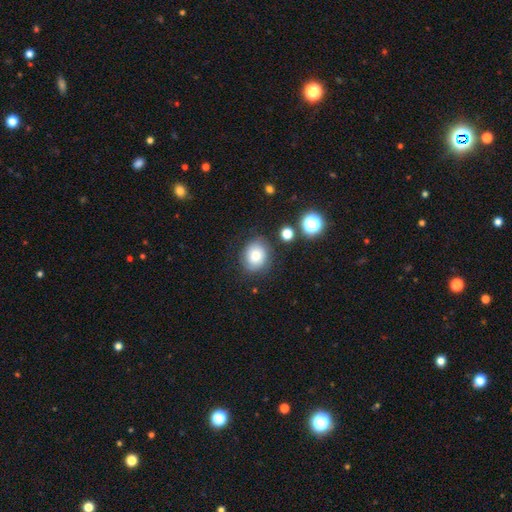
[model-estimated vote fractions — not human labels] smooth_or_featured: smooth (p=0.68) [alt: featured or disk p=0.21]
how_rounded: round (p=0.62) [alt: in between p=0.37]
merging: none (p=0.76) [alt: minor disturbance p=0.16]